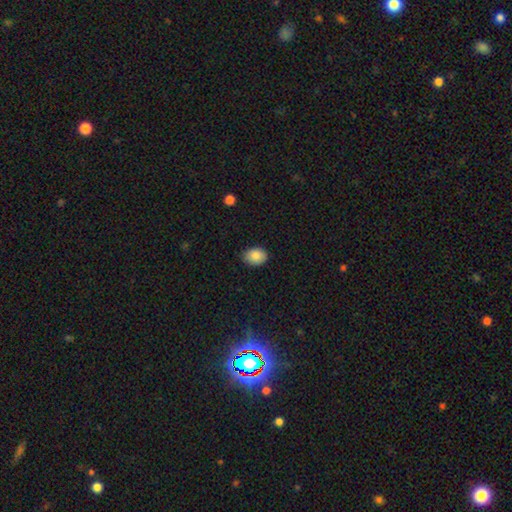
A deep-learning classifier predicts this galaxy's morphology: A smooth galaxy with no disk features (86%) that is in between round and cigar-shaped (67%).

Vote fractions:
- Smooth or featured? smooth: 86% / star or artifact: 8% / featured or disk: 5%
- How rounded? in between: 67% / round: 32% / cigar-shaped: 1%
- Merging? none: 83% / minor disturbance: 14% / major disturbance: 2% / merger: 1%